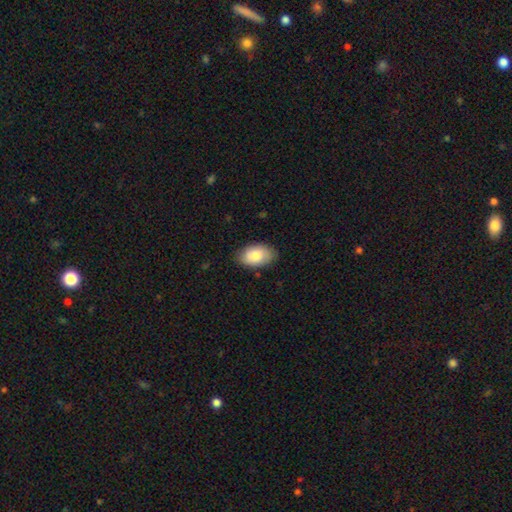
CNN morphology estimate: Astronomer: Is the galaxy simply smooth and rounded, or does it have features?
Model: smooth — 80%.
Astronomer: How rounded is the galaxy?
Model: in between — 91%.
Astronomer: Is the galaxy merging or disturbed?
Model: none — 81%.